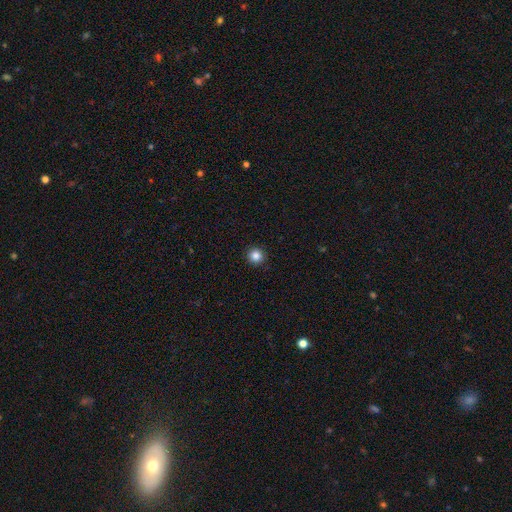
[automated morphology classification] Smooth or featured: smooth — 85% (star or artifact — 11%)
How rounded: round — 96% (in between — 3%)
Merging: none — 93% (minor disturbance — 4%)